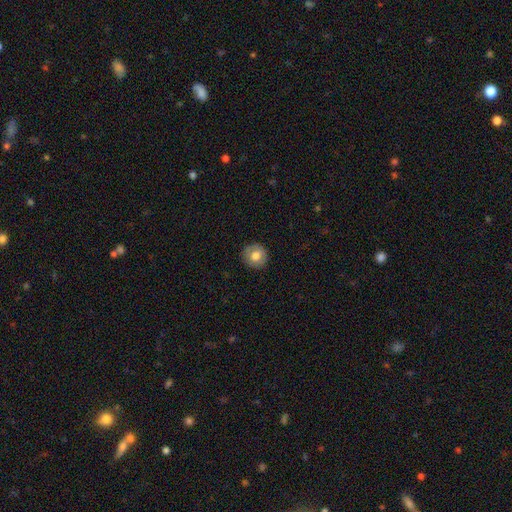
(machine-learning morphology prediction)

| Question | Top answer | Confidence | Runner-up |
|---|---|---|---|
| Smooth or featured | smooth | 74% | featured or disk (18%) |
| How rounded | round | 93% | in between (6%) |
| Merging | none | 89% | minor disturbance (8%) |